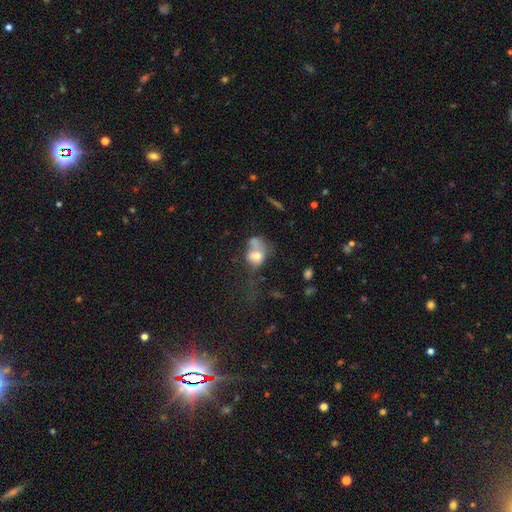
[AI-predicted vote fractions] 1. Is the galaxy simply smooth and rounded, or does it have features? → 63% smooth, 25% featured or disk, 12% star or artifact.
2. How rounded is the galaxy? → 60% in between, 38% round, 2% cigar-shaped.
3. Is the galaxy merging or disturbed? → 33% merger, 30% major disturbance, 20% none, 17% minor disturbance.